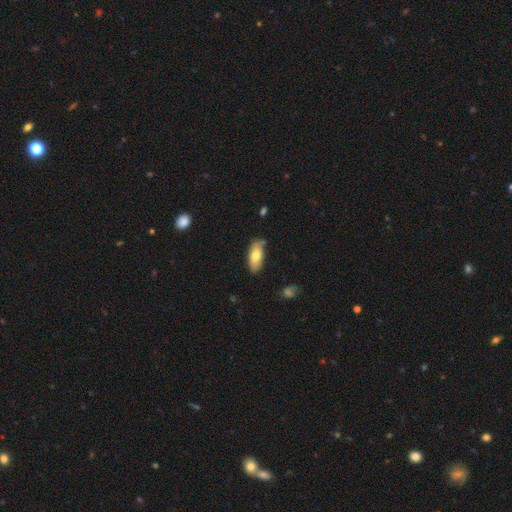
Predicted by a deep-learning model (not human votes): A smooth galaxy with no disk features (74%) that is in between round and cigar-shaped (86%). Merging: none (76%).